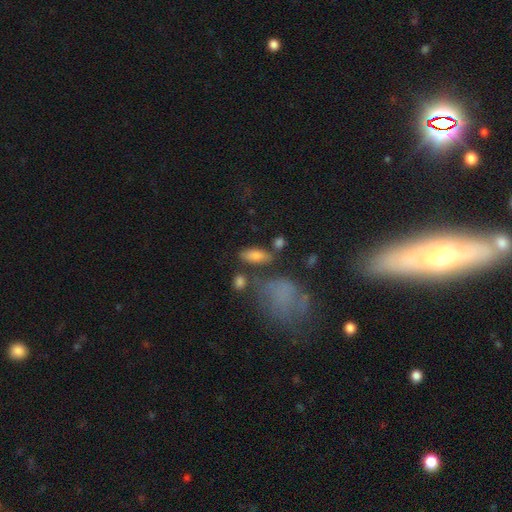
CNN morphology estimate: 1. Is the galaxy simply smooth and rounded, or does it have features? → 79% smooth, 13% featured or disk, 8% star or artifact.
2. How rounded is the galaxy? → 81% in between, 14% cigar-shaped, 4% round.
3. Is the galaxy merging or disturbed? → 68% none, 15% minor disturbance, 10% merger, 6% major disturbance.